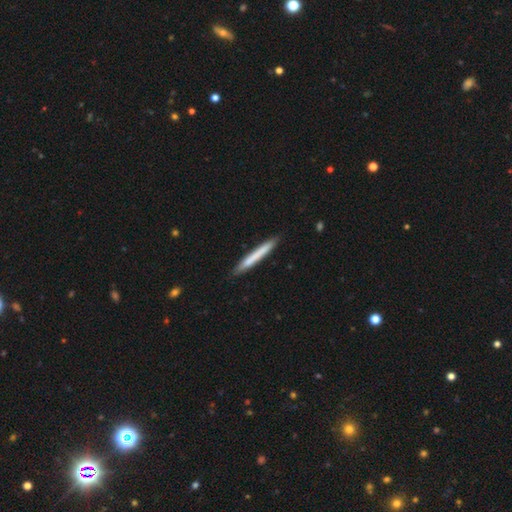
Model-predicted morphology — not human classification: Q: Smooth or featured?
A: smooth (70%); runner-up: featured or disk (24%)
Q: How rounded?
A: cigar-shaped (97%); runner-up: in between (2%)
Q: Merging?
A: none (89%); runner-up: minor disturbance (8%)